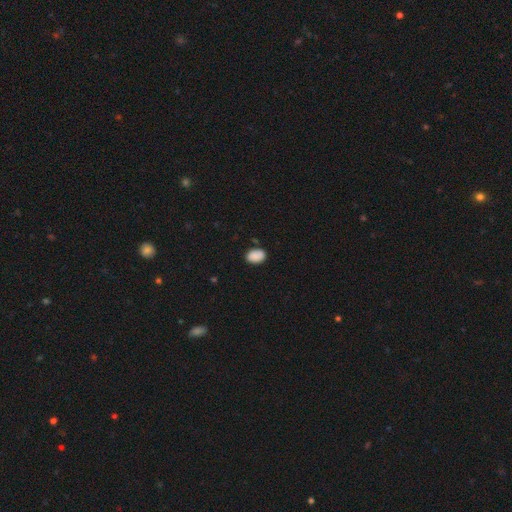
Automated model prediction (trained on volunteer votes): smooth-or-featured: smooth: 89% | star or artifact: 8% | featured or disk: 3%
  how-rounded: in between: 85% | round: 14% | cigar-shaped: 1%
  merging: none: 83% | minor disturbance: 12% | major disturbance: 2% | merger: 2%